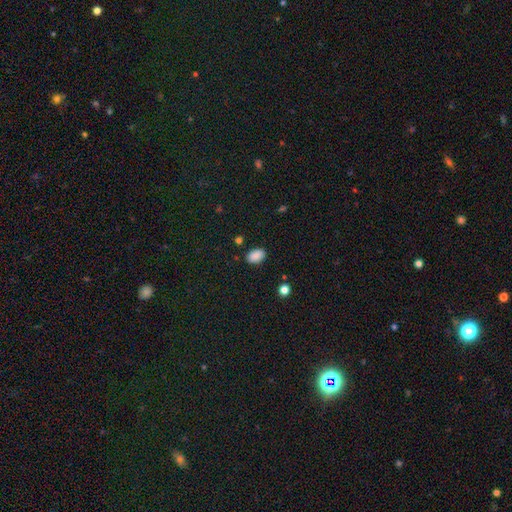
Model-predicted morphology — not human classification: A smooth galaxy with no disk features (88%) that is in between round and cigar-shaped (86%).

Vote fractions:
- Smooth or featured? smooth: 88% / star or artifact: 9% / featured or disk: 3%
- How rounded? in between: 86% / round: 13% / cigar-shaped: 1%
- Merging? none: 85% / minor disturbance: 11% / major disturbance: 3% / merger: 2%